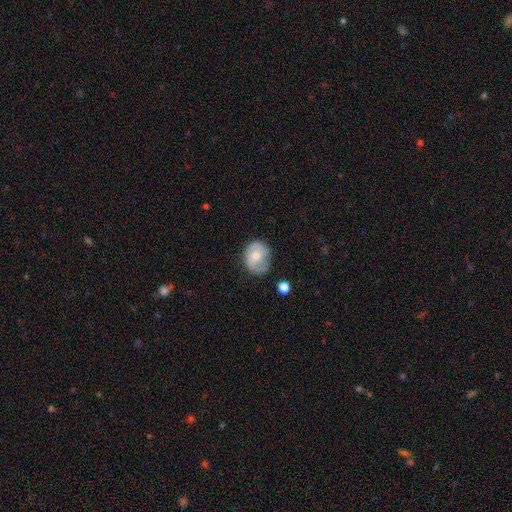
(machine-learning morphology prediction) smooth_or_featured: smooth (p=0.49) [alt: featured or disk p=0.43]
merging: none (p=0.61) [alt: minor disturbance p=0.28]